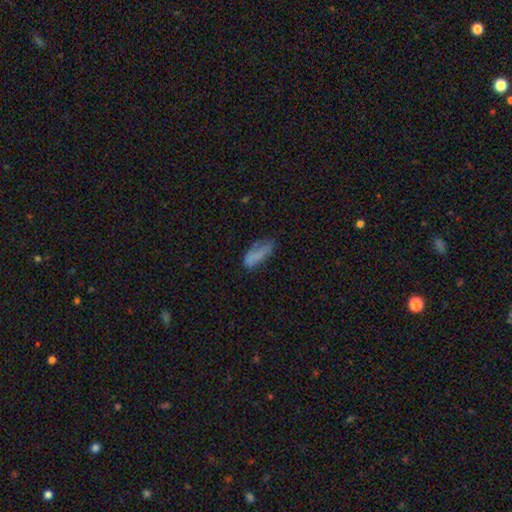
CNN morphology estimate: Smooth or featured: smooth — 74% (featured or disk — 16%)
How rounded: in between — 73% (cigar-shaped — 25%)
Merging: none — 48% (minor disturbance — 31%)